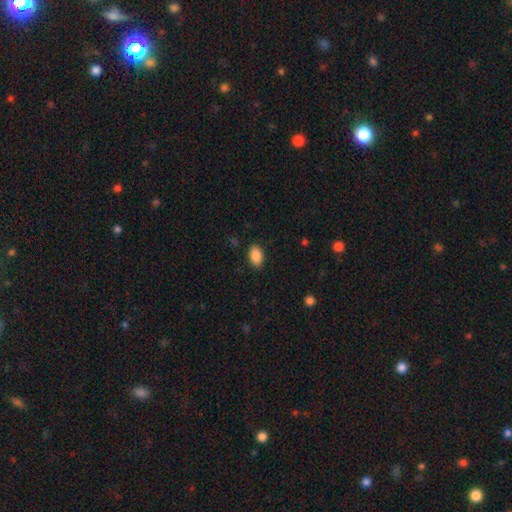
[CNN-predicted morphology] Smooth or featured?
  - smooth: 89% *
  - star or artifact: 7%
  - featured or disk: 4%
How rounded?
  - in between: 89% *
  - round: 10%
  - cigar-shaped: 1%
Merging?
  - none: 87% *
  - minor disturbance: 9%
  - major disturbance: 2%
  - merger: 1%